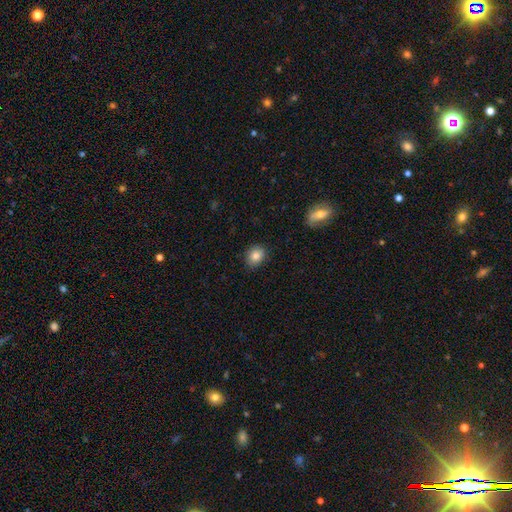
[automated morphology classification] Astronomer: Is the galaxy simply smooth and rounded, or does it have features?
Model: smooth — 84%.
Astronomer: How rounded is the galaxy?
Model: round — 59% (runner-up: in between, 40%).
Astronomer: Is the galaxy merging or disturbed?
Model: none — 85%.